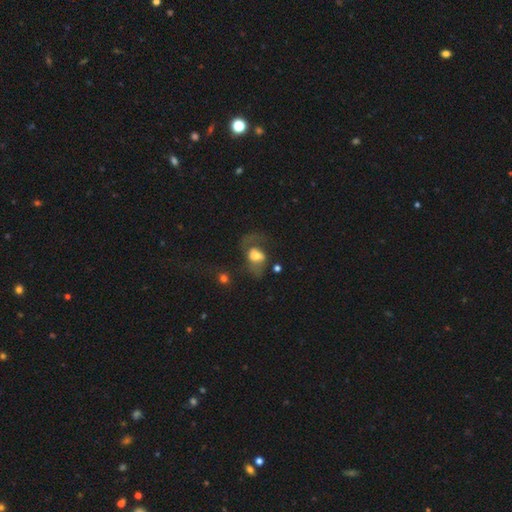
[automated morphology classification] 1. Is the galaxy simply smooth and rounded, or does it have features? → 52% smooth, 39% featured or disk, 10% star or artifact.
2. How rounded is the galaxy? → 65% in between, 33% round, 2% cigar-shaped.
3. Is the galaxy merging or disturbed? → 48% major disturbance, 25% none, 17% minor disturbance, 10% merger.